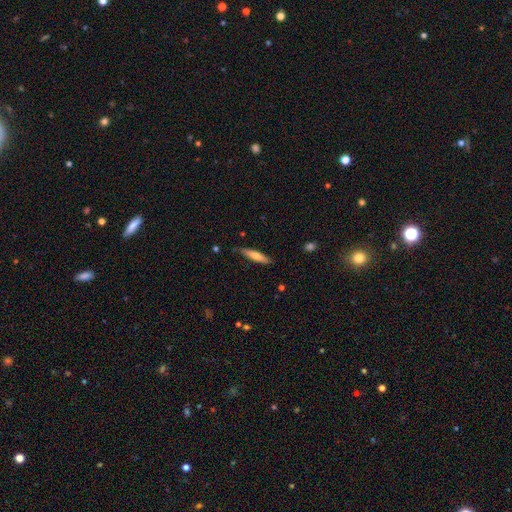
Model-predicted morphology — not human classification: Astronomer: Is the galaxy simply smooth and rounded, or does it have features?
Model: smooth — 62%.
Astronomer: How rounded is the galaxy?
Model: cigar-shaped — 85%.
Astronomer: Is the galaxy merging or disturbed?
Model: none — 82%.